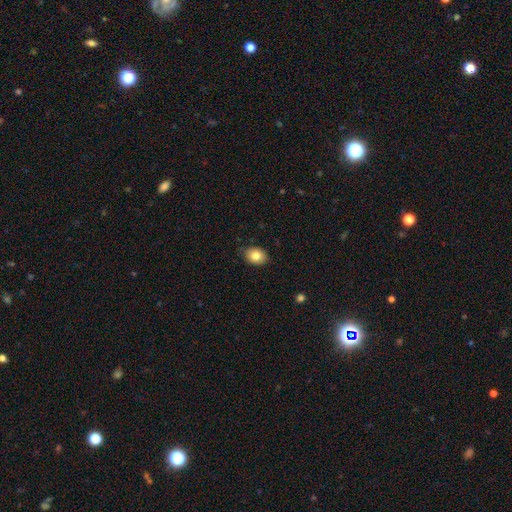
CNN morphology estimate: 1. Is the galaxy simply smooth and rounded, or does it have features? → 82% smooth, 10% featured or disk, 9% star or artifact.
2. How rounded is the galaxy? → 63% in between, 36% round, 1% cigar-shaped.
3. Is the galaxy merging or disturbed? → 86% none, 11% minor disturbance, 2% major disturbance, 1% merger.